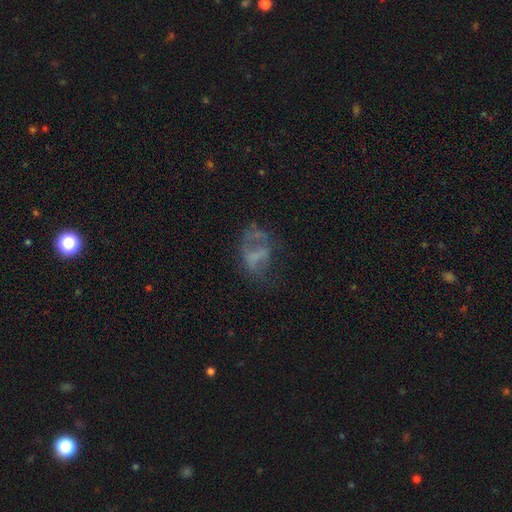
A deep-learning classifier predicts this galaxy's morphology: smooth_or_featured: featured or disk (p=0.48) [alt: smooth p=0.35]
merging: major disturbance (p=0.41) [alt: none p=0.33]